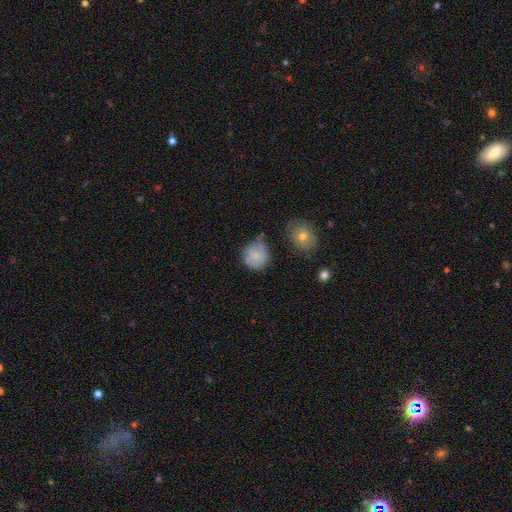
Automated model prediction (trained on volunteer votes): This is likely a smooth galaxy (77%). How rounded: clearly round (83%). Merging: possibly none (50%).